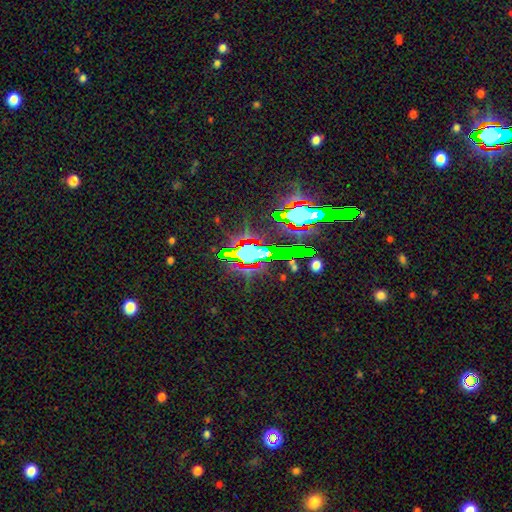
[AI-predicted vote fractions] Smooth or featured? Predicted: star or artifact (p=0.62).